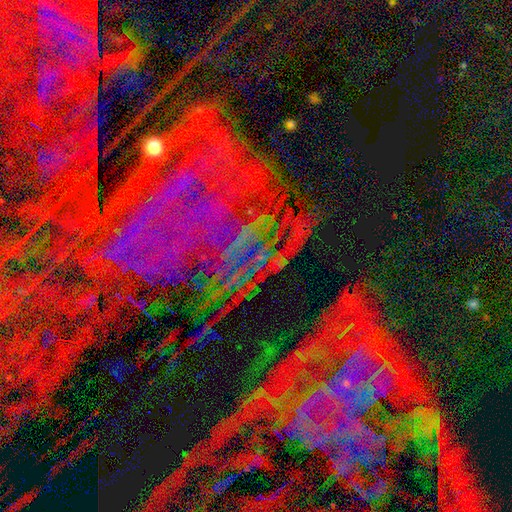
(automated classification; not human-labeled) The model was most divided on "smooth or featured": star or artifact: 81%, featured or disk: 11%, smooth: 8%.